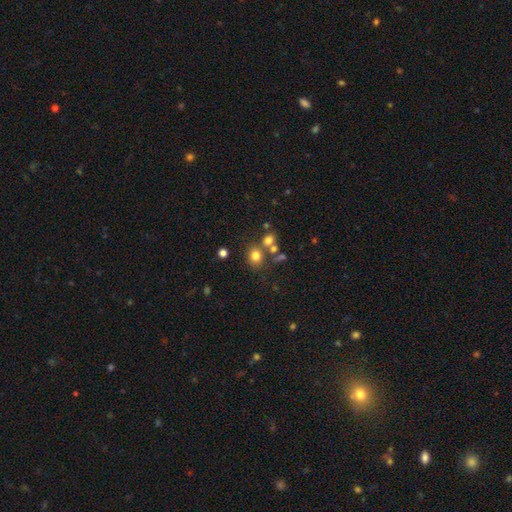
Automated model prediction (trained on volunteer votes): Smooth or featured? smooth (76%)
How rounded? round (71%)
Merging? none (64%)